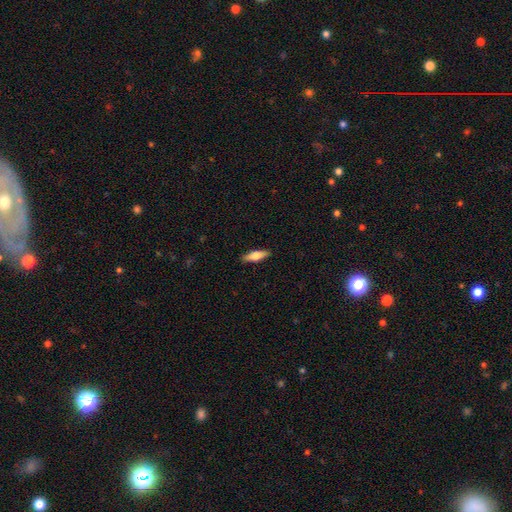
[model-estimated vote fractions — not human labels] This appears to be a smooth galaxy with no disk features (62%) that is cigar-shaped (55%). Merging: none (90%).